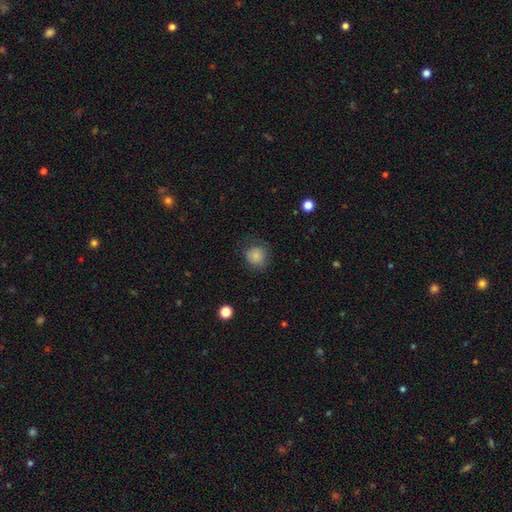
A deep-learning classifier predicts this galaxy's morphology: This is clearly a smooth galaxy (83%). How rounded: clearly round (87%). Merging: likely none (75%).